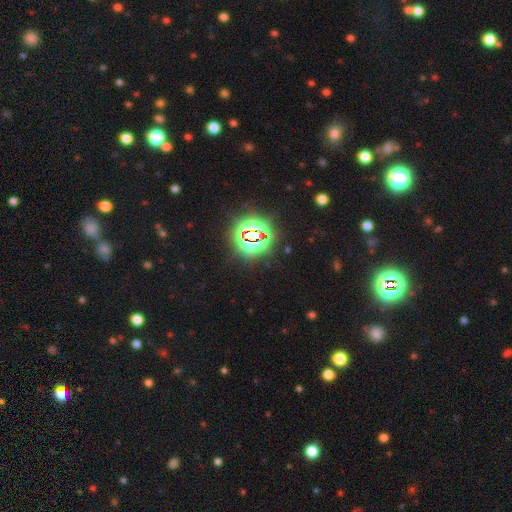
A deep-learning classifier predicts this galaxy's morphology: Overall: star or artifact (73%).